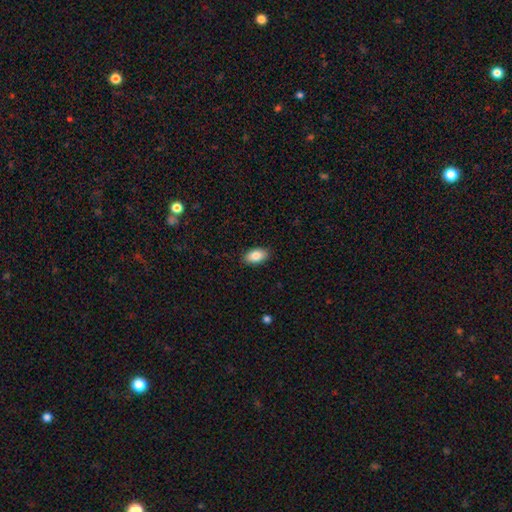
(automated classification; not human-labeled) smooth 85%, featured or disk 8%, star or artifact 7%. Down the decision tree: how rounded — in between (93%); merging — none (89%).